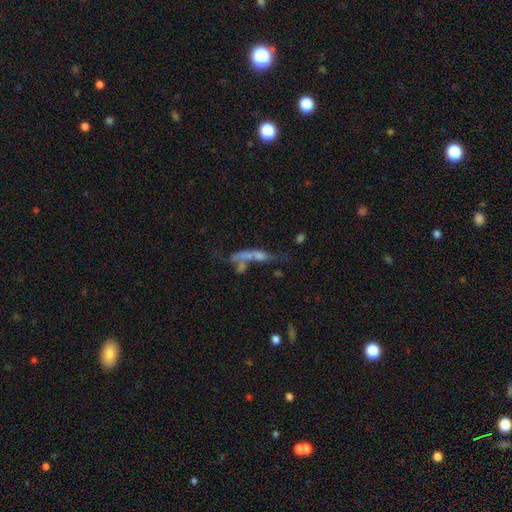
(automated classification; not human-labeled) smooth_or_featured: featured or disk (p=0.45) [alt: smooth p=0.41]
merging: merger (p=0.44) [alt: none p=0.25]